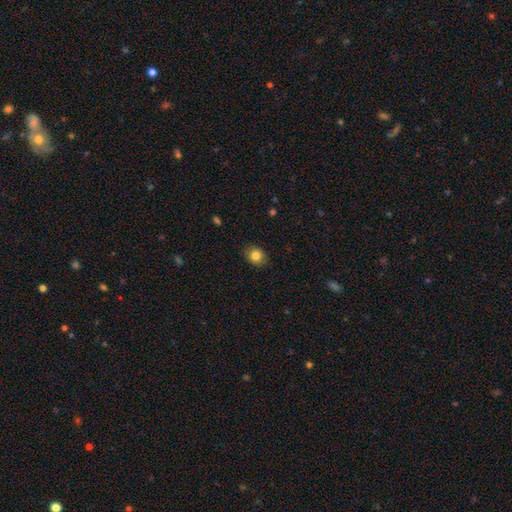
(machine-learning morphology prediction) type=smooth (83%); roundness=round (58%); merging=none (87%).